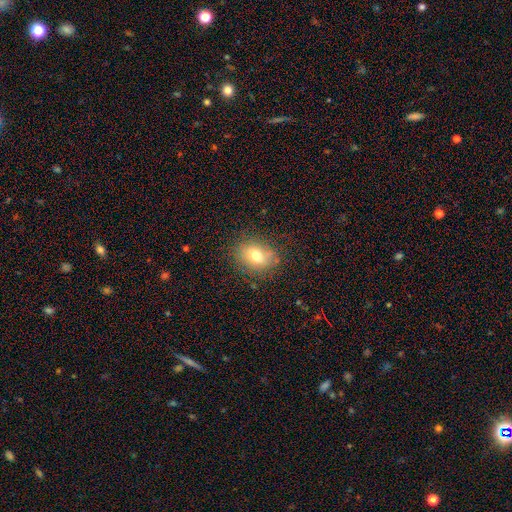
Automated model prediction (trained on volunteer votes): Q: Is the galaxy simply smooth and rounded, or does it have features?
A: smooth — 71%.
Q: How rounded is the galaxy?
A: in between — 62%.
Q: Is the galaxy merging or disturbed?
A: none — 78%.